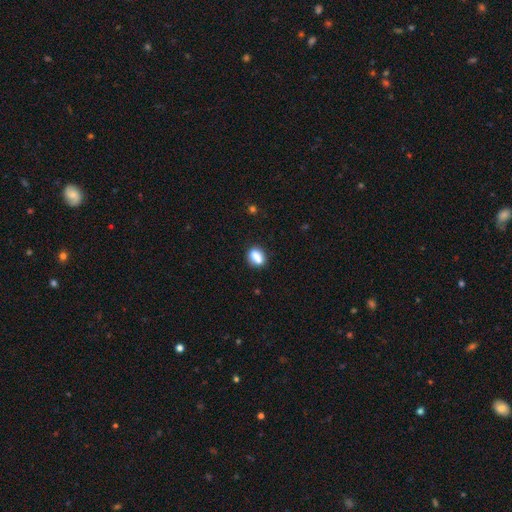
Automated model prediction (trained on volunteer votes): Morphology: type=smooth (81%); roundness=in between (66%); merging=none (72%).